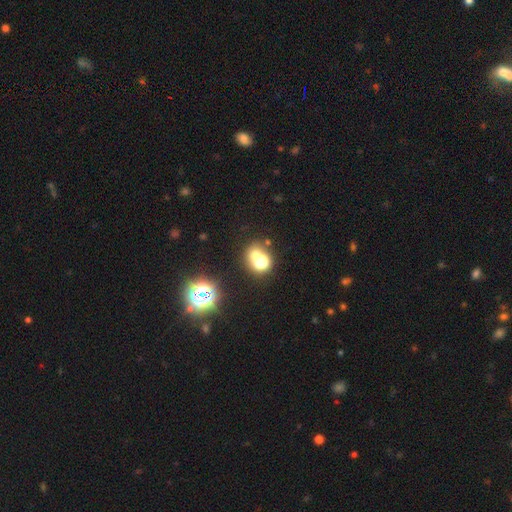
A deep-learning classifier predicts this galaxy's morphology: Smooth or featured? Predicted: smooth (p=0.51). How rounded? Predicted: round (p=0.74). Merging? Predicted: none (p=0.57).